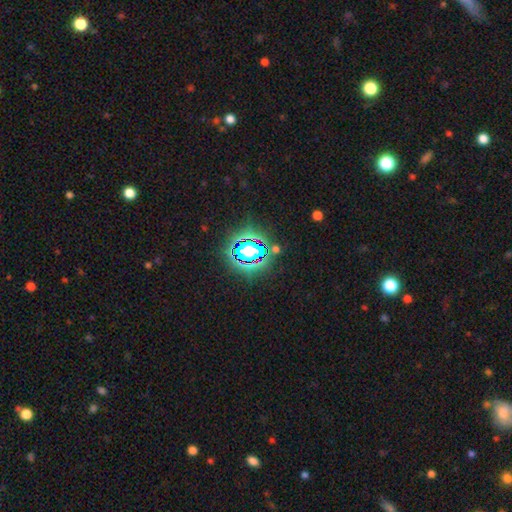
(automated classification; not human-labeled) This appears to be a star or artifact, not a galaxy (77%).